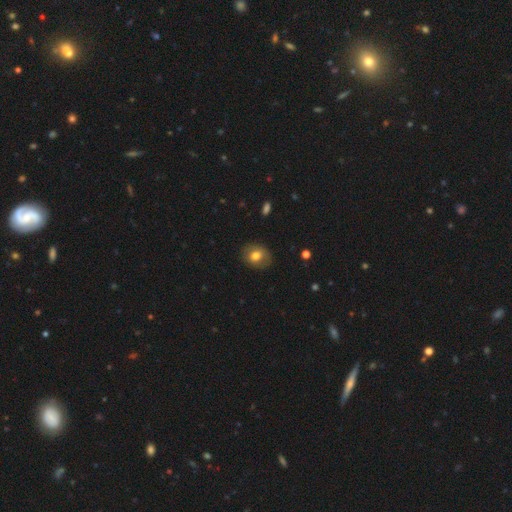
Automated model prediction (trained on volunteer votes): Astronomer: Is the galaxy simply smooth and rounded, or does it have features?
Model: smooth — 73%.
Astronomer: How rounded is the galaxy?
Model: round — 57% (runner-up: in between, 42%).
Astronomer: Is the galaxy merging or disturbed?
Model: none — 82%.